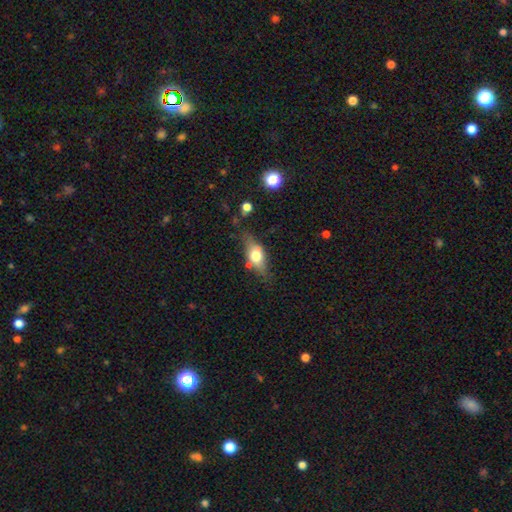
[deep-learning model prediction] Overall: smooth (51%; featured or disk 41%). How rounded: in between (71%). Merging: none (70%).